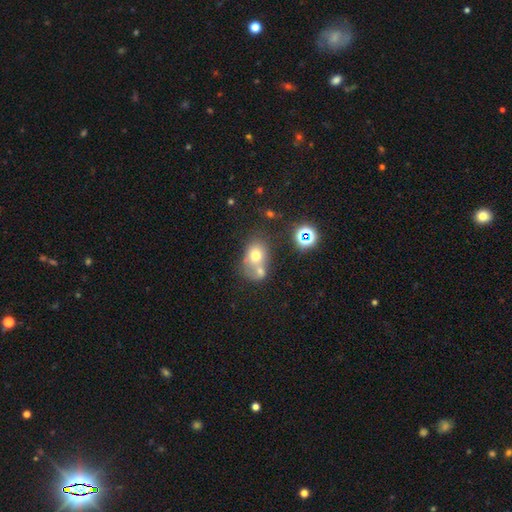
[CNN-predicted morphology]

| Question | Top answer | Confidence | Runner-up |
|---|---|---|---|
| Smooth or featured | smooth | 65% | featured or disk (20%) |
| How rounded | in between | 53% | round (46%) |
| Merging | merger | 50% | none (31%) |